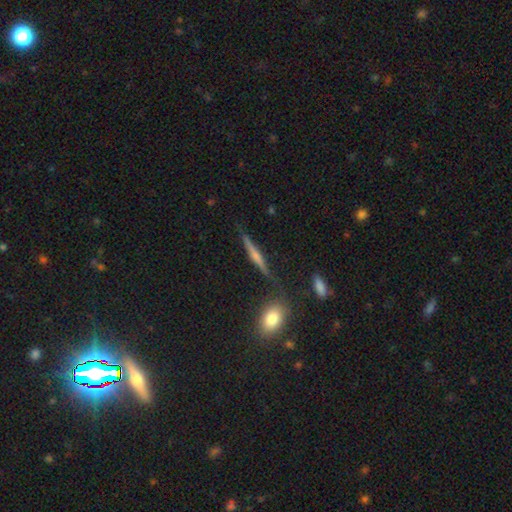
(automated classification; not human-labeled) The model was most divided on "edge-on bulge": rounded: 47%, none: 36%, boxy: 18%. More confident: edge-on disk — yes (95%); merging — none (80%); smooth or featured — featured or disk (56%).